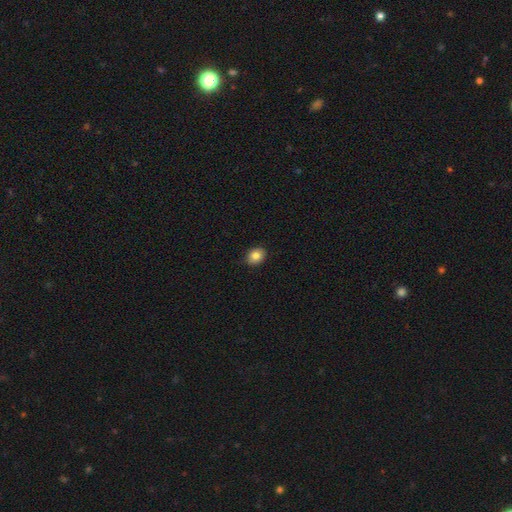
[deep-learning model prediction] This appears to be a smooth galaxy with no disk features (83%) that is in between round and cigar-shaped (54%). Merging: none (88%).